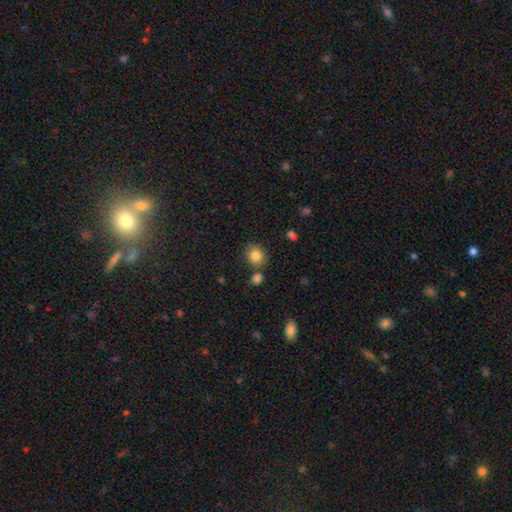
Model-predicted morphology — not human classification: The model was most divided on "how rounded": round: 77%, in between: 22%, cigar-shaped: 1%. More confident: smooth or featured — smooth (83%); merging — none (75%).